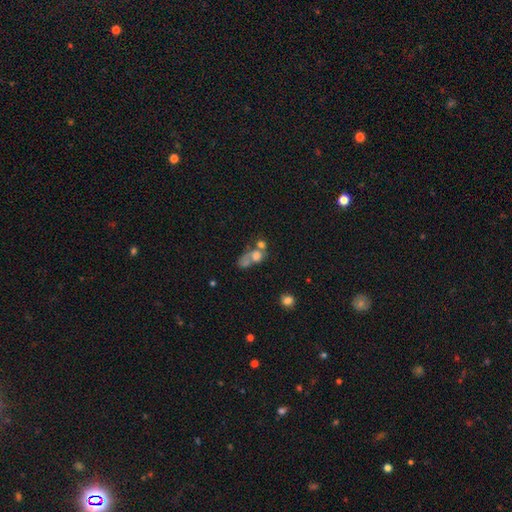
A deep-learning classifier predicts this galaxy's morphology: type=smooth (56%); roundness=round (51%); merging=merger (52%).